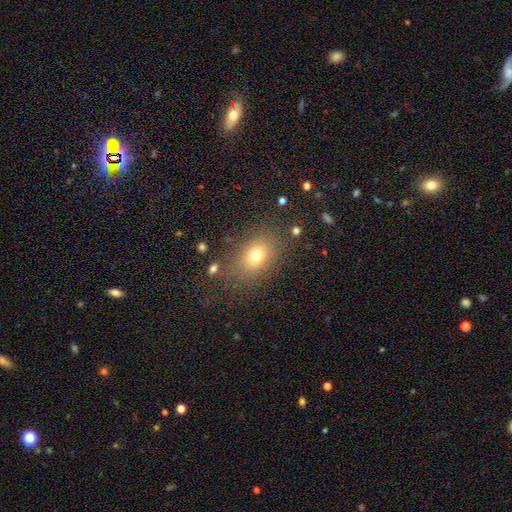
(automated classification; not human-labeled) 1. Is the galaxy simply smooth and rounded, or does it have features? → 73% smooth, 15% star or artifact, 12% featured or disk.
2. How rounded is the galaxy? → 67% in between, 32% round, 1% cigar-shaped.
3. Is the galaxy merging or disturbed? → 80% none, 12% minor disturbance, 6% major disturbance, 3% merger.